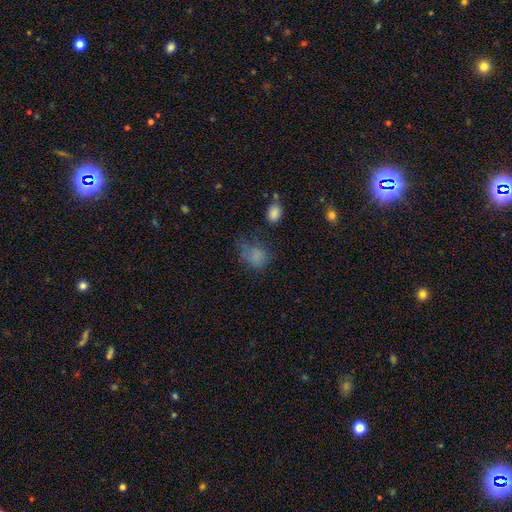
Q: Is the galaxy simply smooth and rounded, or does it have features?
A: smooth — 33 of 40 (82%).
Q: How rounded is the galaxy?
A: round — 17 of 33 (52%).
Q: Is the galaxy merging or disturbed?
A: none — 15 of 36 (42%).